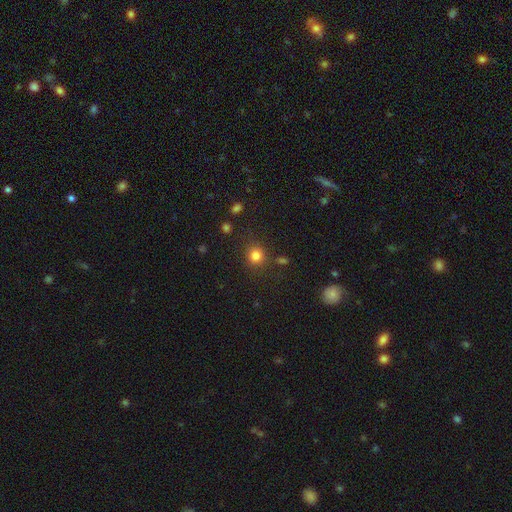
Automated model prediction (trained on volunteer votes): smooth-or-featured: smooth: 82% | star or artifact: 13% | featured or disk: 5%
  how-rounded: round: 88% | in between: 11% | cigar-shaped: 1%
  merging: none: 80% | minor disturbance: 10% | merger: 5% | major disturbance: 4%